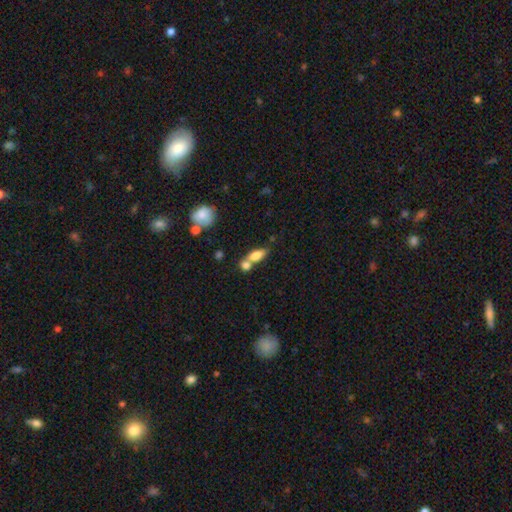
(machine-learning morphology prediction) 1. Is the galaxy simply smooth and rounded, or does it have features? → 75% smooth, 16% featured or disk, 9% star or artifact.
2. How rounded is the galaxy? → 76% in between, 16% cigar-shaped, 8% round.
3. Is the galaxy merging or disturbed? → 49% merger, 37% none, 10% minor disturbance, 5% major disturbance.